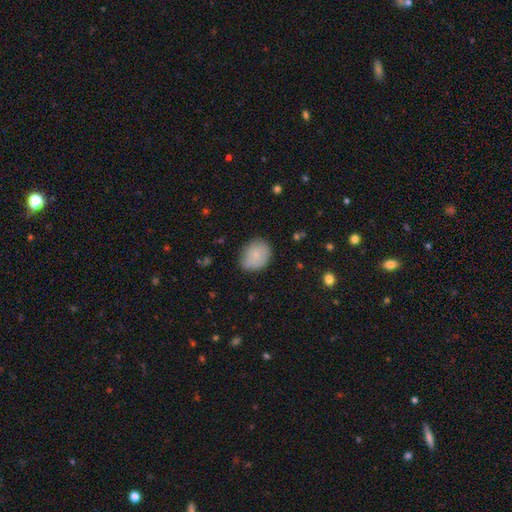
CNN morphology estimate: Smooth or featured? Predicted: smooth (p=0.76). How rounded? Predicted: in between (p=0.54). Merging? Predicted: none (p=0.70).